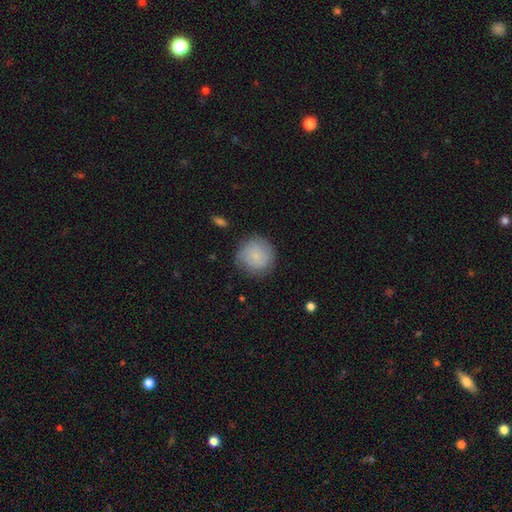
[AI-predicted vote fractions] Smooth or featured? Predicted: smooth (p=0.73). How rounded? Predicted: round (p=0.93). Merging? Predicted: none (p=0.78).